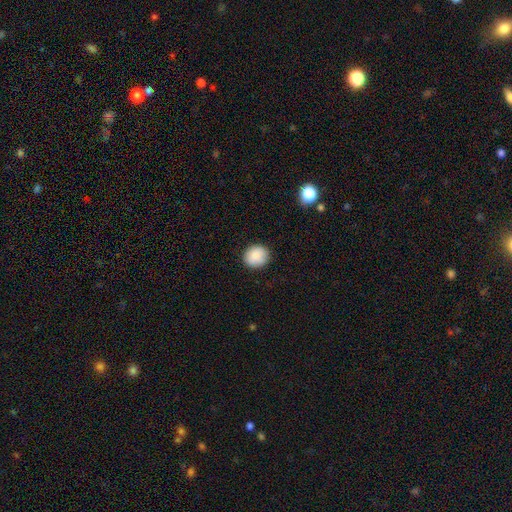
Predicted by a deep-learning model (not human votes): The model was most divided on "how rounded": round: 83%, in between: 16%, cigar-shaped: 1%. More confident: merging — none (88%); smooth or featured — smooth (87%).